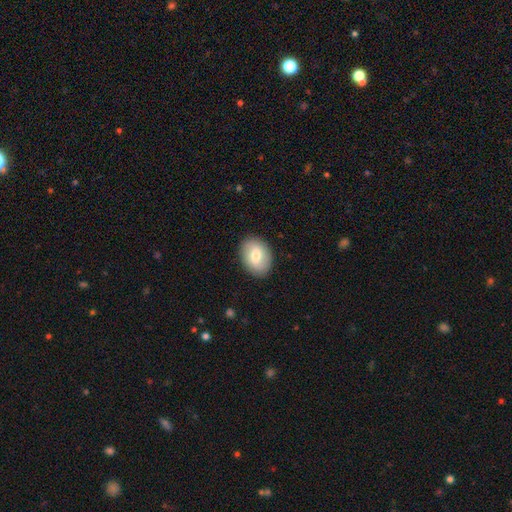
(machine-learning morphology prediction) This appears to be a smooth galaxy with no disk features (72%) that is in between round and cigar-shaped (73%). Merging: none (88%).